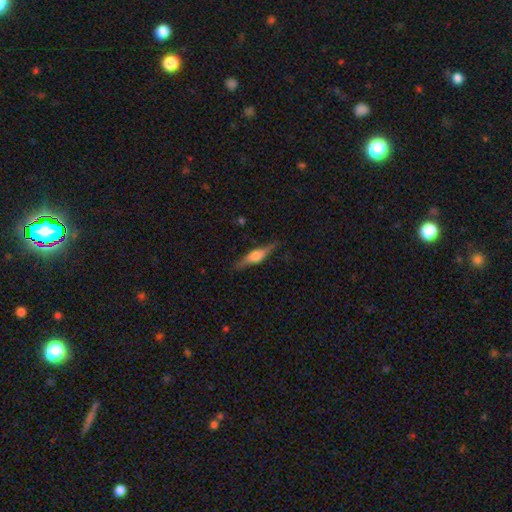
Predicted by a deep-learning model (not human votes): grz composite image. It shows a featured or disk galaxy (65%) viewed edge-on (95%) with a rounded central bulge (85%). Merging: none (83%).